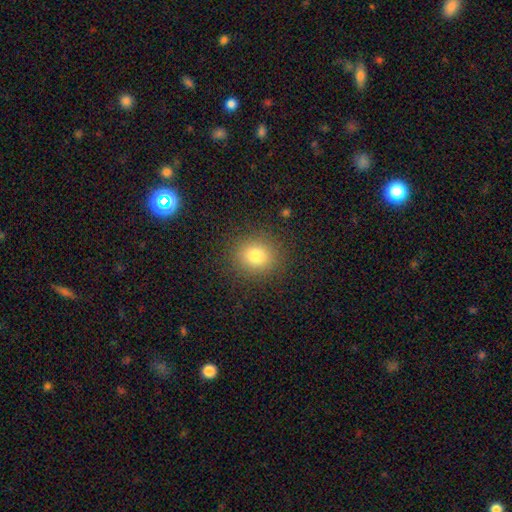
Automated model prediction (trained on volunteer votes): A smooth galaxy with no disk features (80%) that is round (79%). Merging: none (88%).